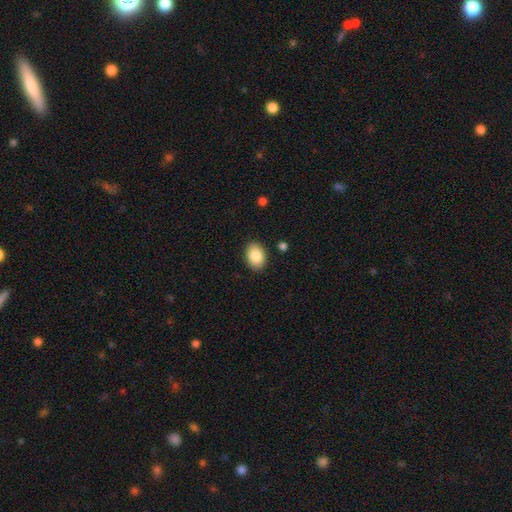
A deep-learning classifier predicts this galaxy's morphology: A smooth galaxy with no disk features (86%) that is in between round and cigar-shaped (81%).

Vote fractions:
- Smooth or featured? smooth: 86% / star or artifact: 7% / featured or disk: 7%
- How rounded? in between: 81% / round: 18% / cigar-shaped: 1%
- Merging? none: 89% / minor disturbance: 8% / major disturbance: 2% / merger: 1%